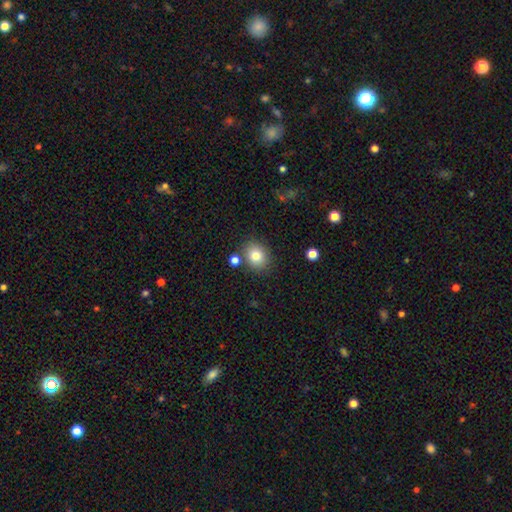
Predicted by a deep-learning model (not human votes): smooth 80%, star or artifact 11%, featured or disk 9%. Down the decision tree: how rounded — round (64%); merging — none (80%).